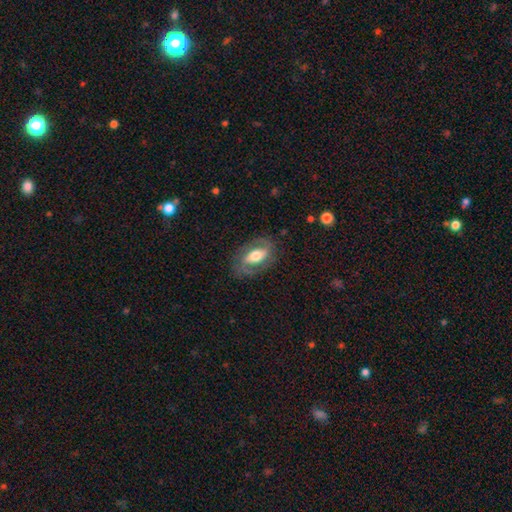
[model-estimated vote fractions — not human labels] Overall: featured or disk (71%). Edge-on disk: no (93%). Bar: strong (36%; weak 33%). Spiral arms: yes (80%). Spiral arm count: 2 (86%). Spiral winding: medium (47%; tight 31%). Bulge size: moderate (59%; large 27%). Merging: none (77%).